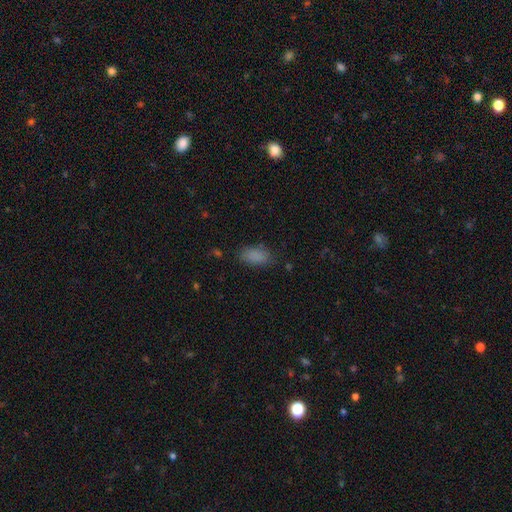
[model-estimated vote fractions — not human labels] Overall: smooth (87%). How rounded: in between (91%). Merging: none (80%).